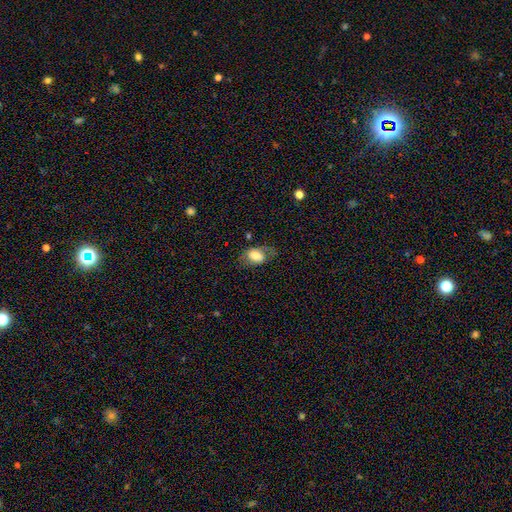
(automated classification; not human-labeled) smooth_or_featured: smooth (p=0.72) [alt: featured or disk p=0.20]
how_rounded: in between (p=0.82) [alt: round p=0.16]
merging: none (p=0.54) [alt: minor disturbance p=0.27]